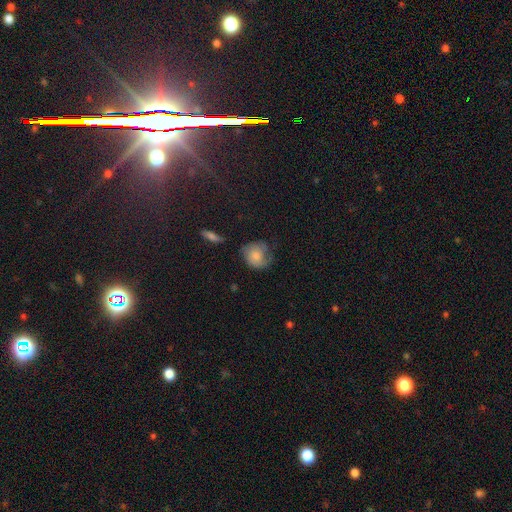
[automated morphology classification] Smooth or featured? Predicted: smooth (p=0.51). How rounded? Predicted: round (p=0.75). Merging? Predicted: none (p=0.52).